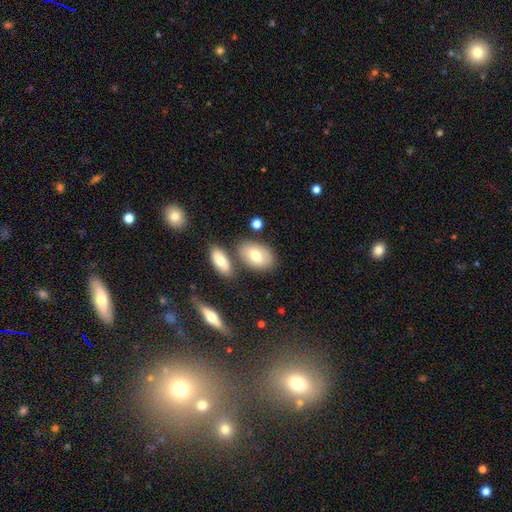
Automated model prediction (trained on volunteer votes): This is likely a smooth galaxy (71%). How rounded: clearly in between (89%). Merging: likely none (69%).